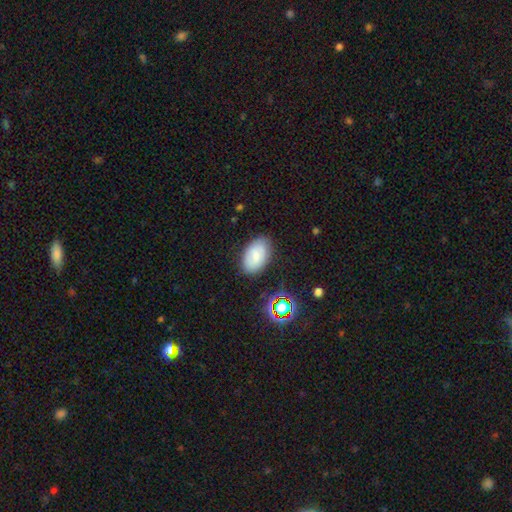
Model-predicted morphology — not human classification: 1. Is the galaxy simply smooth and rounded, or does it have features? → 76% smooth, 15% featured or disk, 10% star or artifact.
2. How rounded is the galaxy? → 92% in between, 7% round, 1% cigar-shaped.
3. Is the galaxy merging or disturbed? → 80% none, 14% minor disturbance, 3% major disturbance, 2% merger.